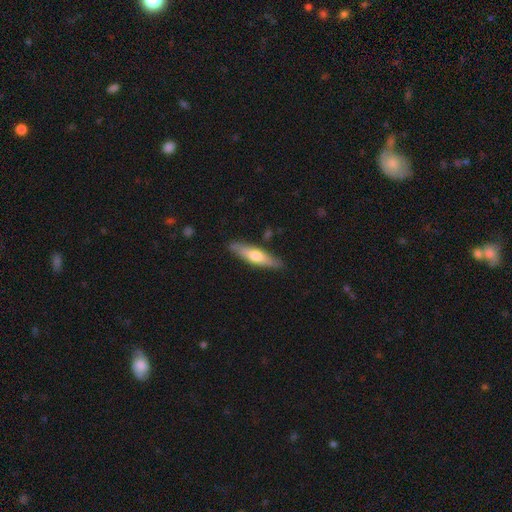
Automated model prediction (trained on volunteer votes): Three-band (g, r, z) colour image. It shows a smooth galaxy with no disk features (54%) that is cigar-shaped (75%). Merging: none (86%).